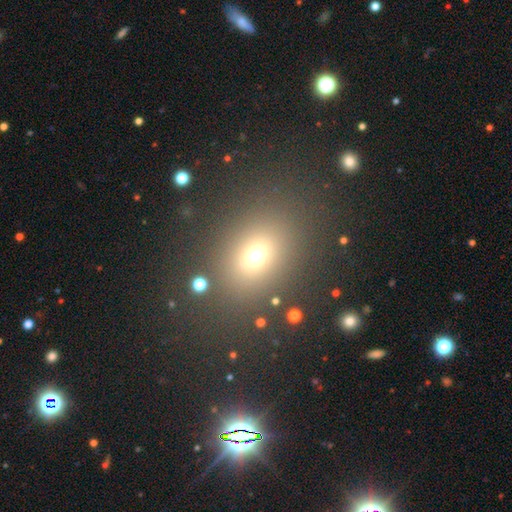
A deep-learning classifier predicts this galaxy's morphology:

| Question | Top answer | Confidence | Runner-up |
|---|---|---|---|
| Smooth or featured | smooth | 68% | star or artifact (22%) |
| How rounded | round | 52% | in between (46%) |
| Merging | none | 81% | minor disturbance (9%) |